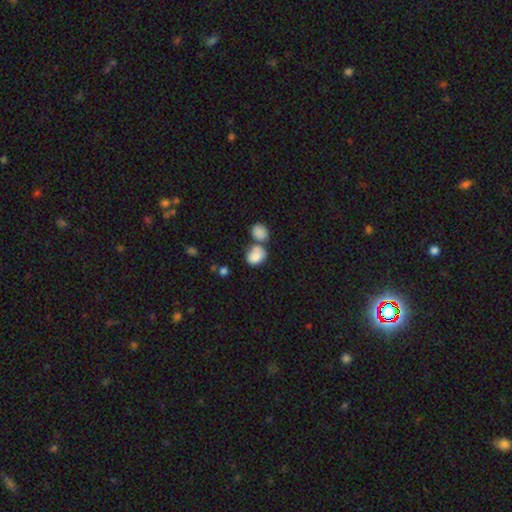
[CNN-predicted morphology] smooth-or-featured: smooth: 84% | featured or disk: 9% | star or artifact: 7%
  how-rounded: in between: 66% | round: 33% | cigar-shaped: 1%
  merging: merger: 53% | none: 30% | minor disturbance: 12% | major disturbance: 5%